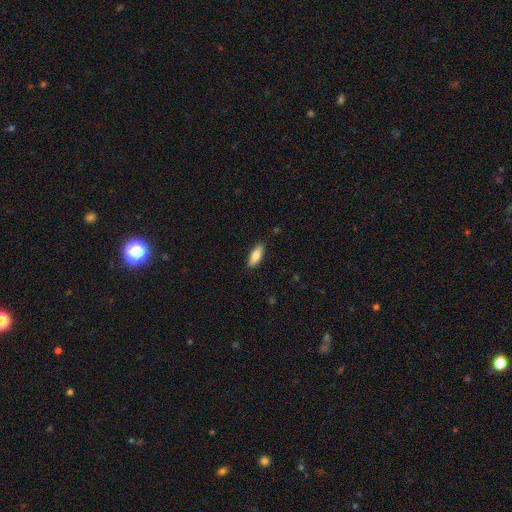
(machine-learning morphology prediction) smooth 79%, featured or disk 15%, star or artifact 6%. Down the decision tree: how rounded — in between (69%); merging — none (88%).